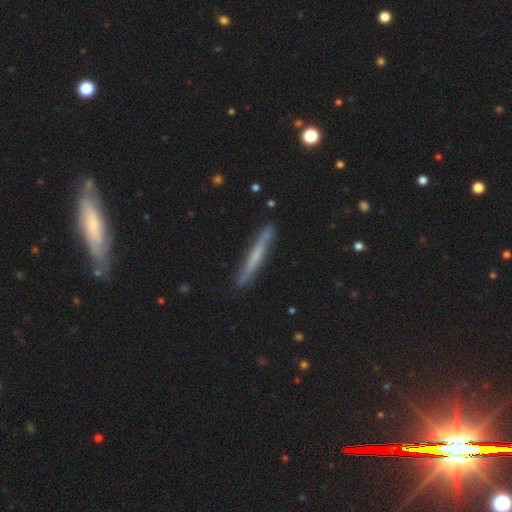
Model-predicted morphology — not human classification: This appears to be a smooth galaxy with no disk features (48%). Merging: none (86%).